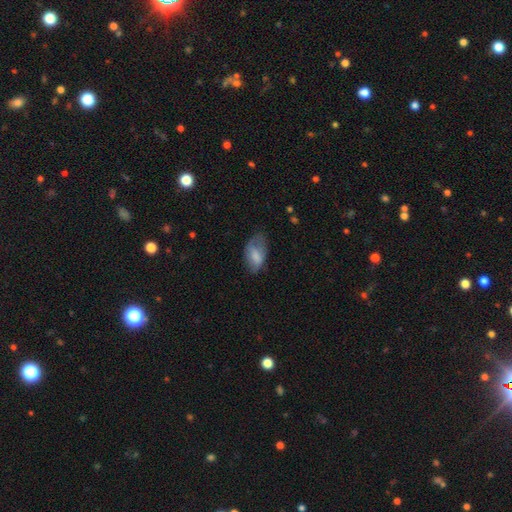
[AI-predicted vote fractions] This appears to be a smooth galaxy with no disk features (72%) that is in between round and cigar-shaped (92%). Merging: none (45%).